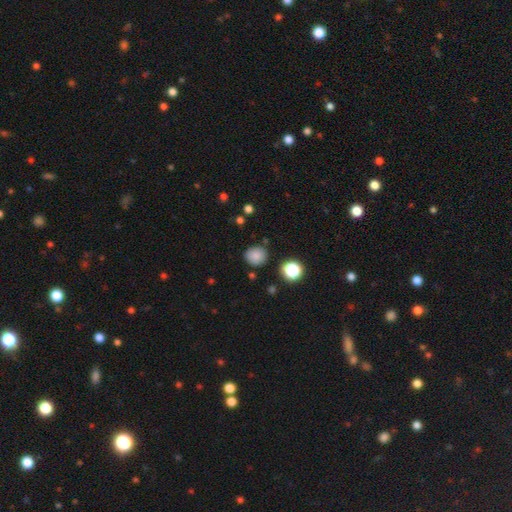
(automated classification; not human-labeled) Overall: smooth (82%). How rounded: round (85%). Merging: none (84%).